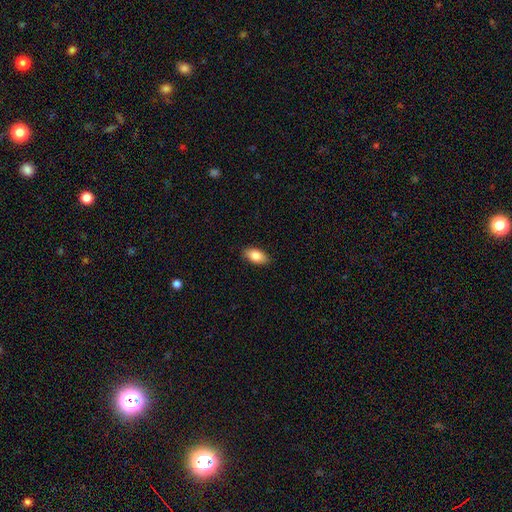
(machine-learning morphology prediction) Smooth or featured?
  - smooth: 84% *
  - featured or disk: 9%
  - star or artifact: 7%
How rounded?
  - in between: 92% *
  - cigar-shaped: 4%
  - round: 4%
Merging?
  - none: 88% *
  - minor disturbance: 9%
  - major disturbance: 2%
  - merger: 1%